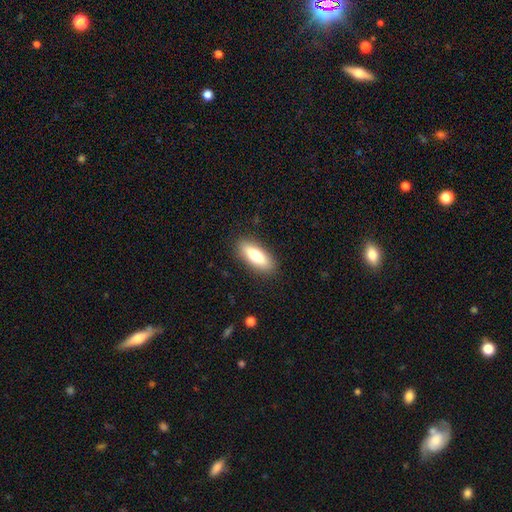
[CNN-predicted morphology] Smooth or featured?
  - smooth: 73% *
  - featured or disk: 20%
  - star or artifact: 6%
How rounded?
  - in between: 66% *
  - cigar-shaped: 32%
  - round: 2%
Merging?
  - none: 88% *
  - minor disturbance: 8%
  - major disturbance: 2%
  - merger: 1%